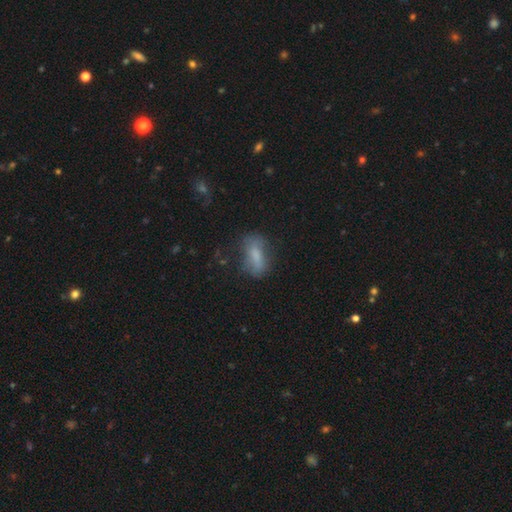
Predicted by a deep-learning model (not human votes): Smooth or featured? Predicted: smooth (p=0.66). How rounded? Predicted: in between (p=0.77). Merging? Predicted: none (p=0.59).